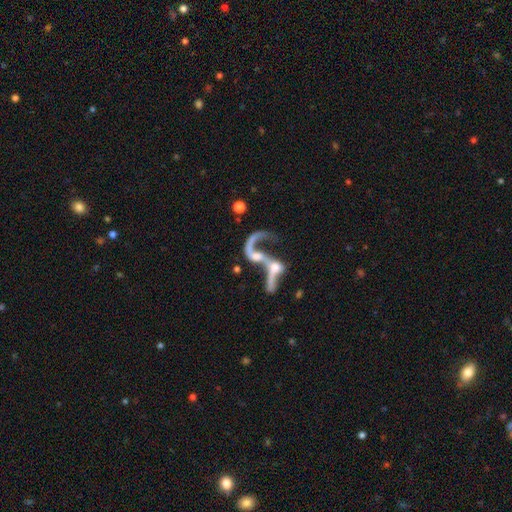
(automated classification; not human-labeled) The model was most divided on "bulge size": moderate: 33%, none: 31%, small: 27%, large: 8%, dominant: 2%. More confident: edge-on disk — no (92%); smooth or featured — featured or disk (73%); merging — merger (66%); spiral arms — yes (64%); bar — no (63%).